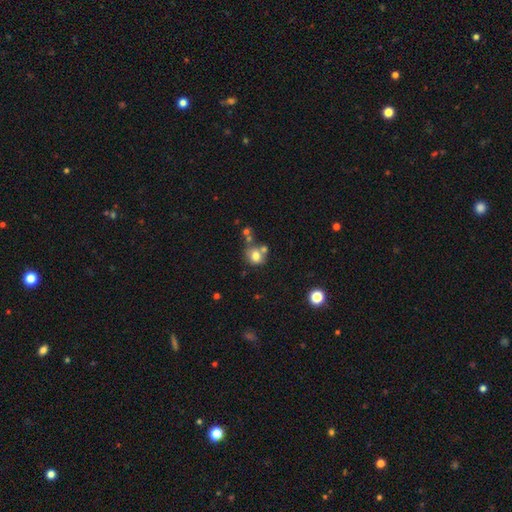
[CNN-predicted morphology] Smooth or featured?
  - smooth: 74% *
  - featured or disk: 14%
  - star or artifact: 12%
How rounded?
  - round: 69% *
  - in between: 30%
  - cigar-shaped: 1%
Merging?
  - none: 49% *
  - merger: 29%
  - minor disturbance: 15%
  - major disturbance: 7%